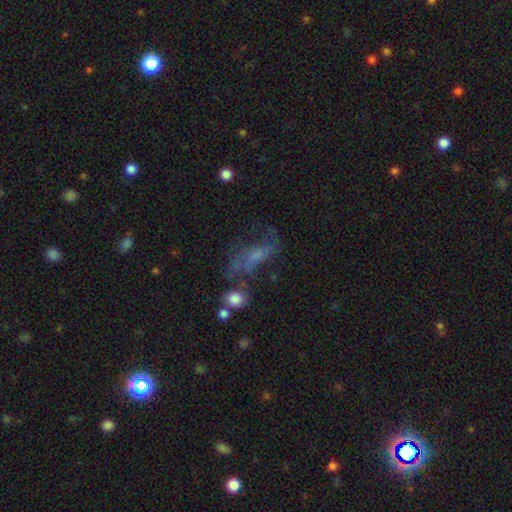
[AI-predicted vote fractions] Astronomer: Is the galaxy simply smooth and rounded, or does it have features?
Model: featured or disk — 43% (runner-up: smooth, 39%).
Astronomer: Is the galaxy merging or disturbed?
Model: none — 37% (runner-up: major disturbance, 34%).